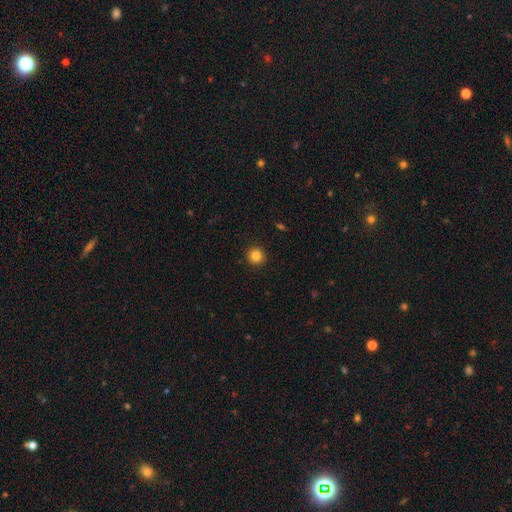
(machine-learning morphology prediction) Q: Smooth or featured?
A: smooth (84%); runner-up: star or artifact (11%)
Q: How rounded?
A: round (95%); runner-up: in between (4%)
Q: Merging?
A: none (93%); runner-up: minor disturbance (5%)